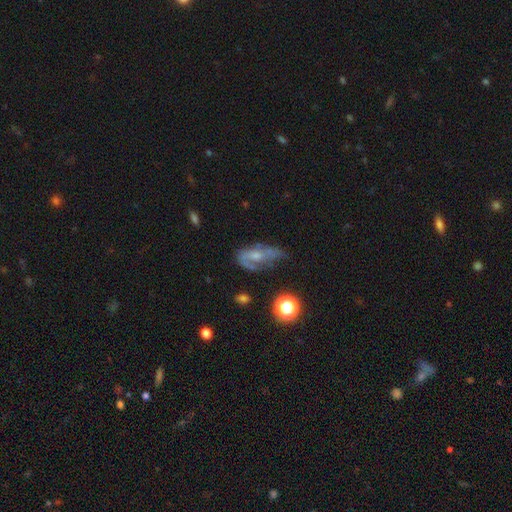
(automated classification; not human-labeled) This appears to be a featured or disk galaxy (54%). Merging: none (34%).